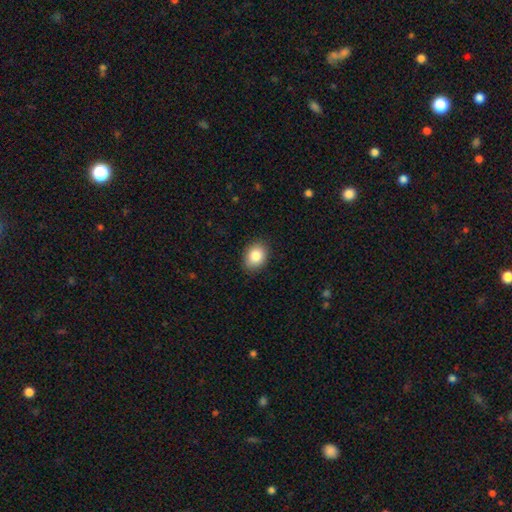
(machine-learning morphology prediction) This appears to be a smooth galaxy with no disk features (85%) that is in between round and cigar-shaped (61%). Merging: none (88%).